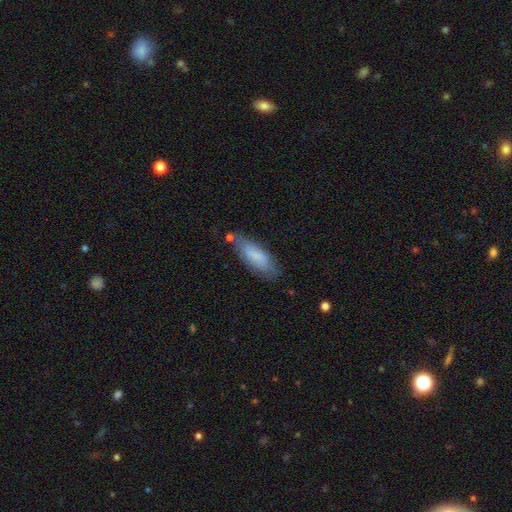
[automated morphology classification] Smooth or featured? smooth (75%)
How rounded? in between (64%)
Merging? none (68%)